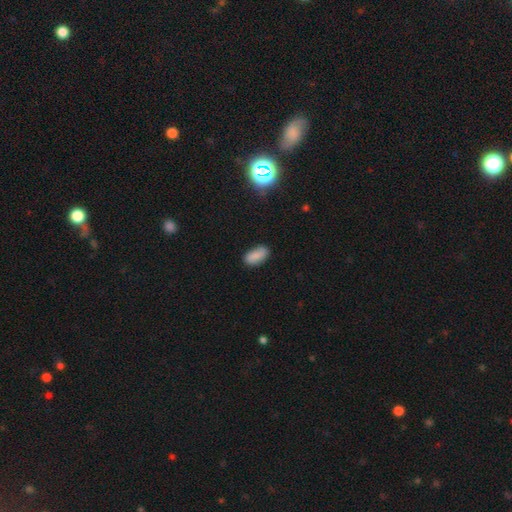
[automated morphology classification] smooth-or-featured: smooth: 84% | star or artifact: 9% | featured or disk: 7%
  how-rounded: in between: 92% | cigar-shaped: 5% | round: 3%
  merging: none: 79% | minor disturbance: 16% | major disturbance: 3% | merger: 2%